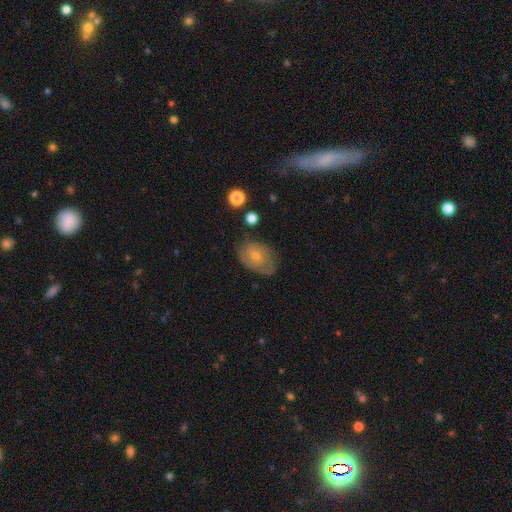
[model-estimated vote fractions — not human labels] A featured or disk galaxy (51%).

Vote fractions:
- Smooth or featured? featured or disk: 51% / smooth: 38% / star or artifact: 10%
- Edge-on disk? no: 94% / yes: 6%
- Merging? none: 68% / minor disturbance: 23% / major disturbance: 7% / merger: 2%